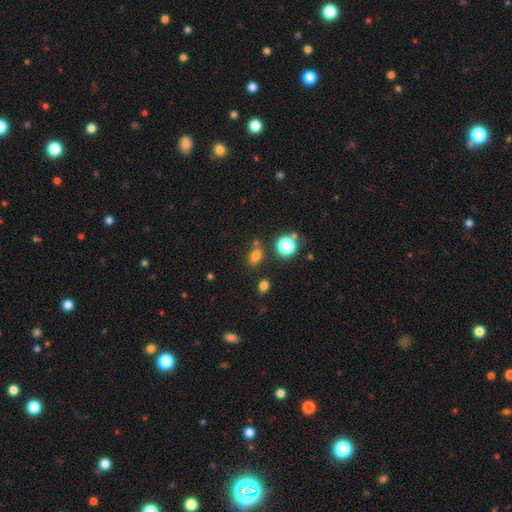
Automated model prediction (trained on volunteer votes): Smooth or featured?
  - smooth: 75% *
  - star or artifact: 18%
  - featured or disk: 7%
How rounded?
  - in between: 66% *
  - round: 33%
  - cigar-shaped: 2%
Merging?
  - none: 72% *
  - minor disturbance: 14%
  - merger: 10%
  - major disturbance: 4%